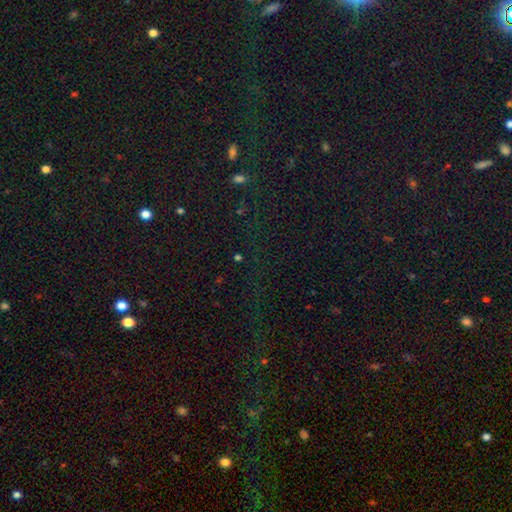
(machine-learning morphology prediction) smooth_or_featured: star or artifact (p=0.72) [alt: smooth p=0.18]